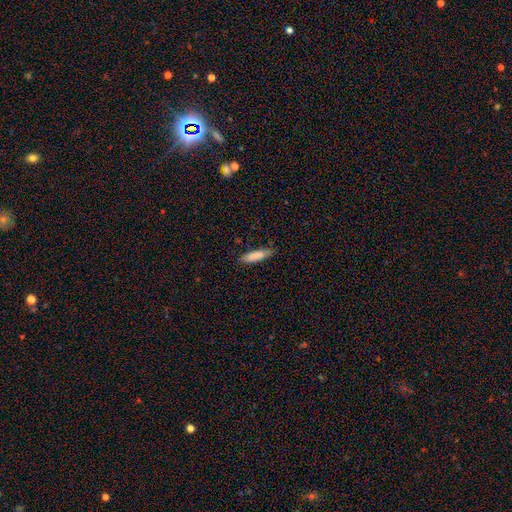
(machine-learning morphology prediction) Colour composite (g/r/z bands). It shows a smooth galaxy with no disk features (86%) that is cigar-shaped (67%). Merging: none (80%).